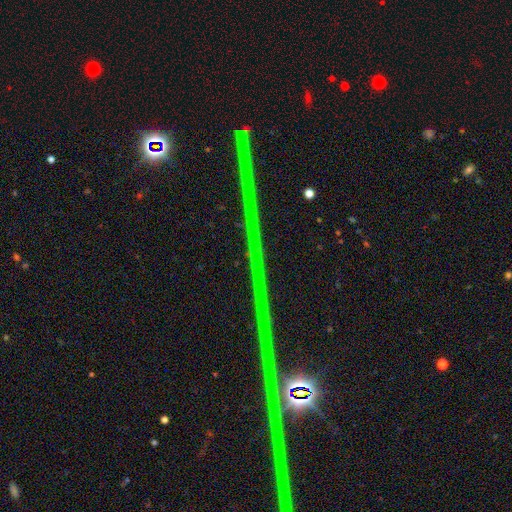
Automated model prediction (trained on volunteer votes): Smooth or featured? star or artifact (86%)